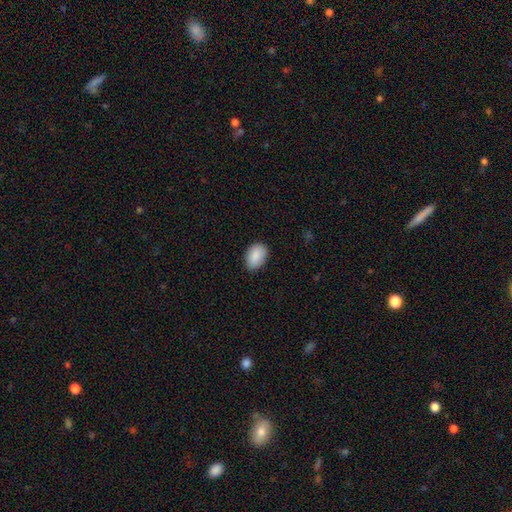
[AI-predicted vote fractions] Smooth or featured: smooth — 89% (star or artifact — 6%)
How rounded: in between — 89% (round — 10%)
Merging: none — 85% (minor disturbance — 12%)